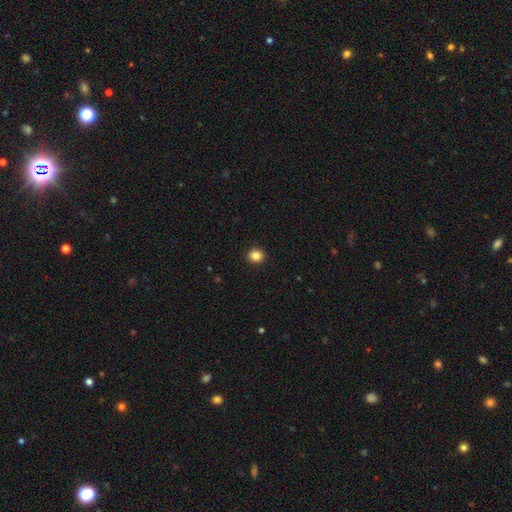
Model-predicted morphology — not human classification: Smooth or featured?
  - smooth: 85% *
  - star or artifact: 11%
  - featured or disk: 4%
How rounded?
  - round: 91% *
  - in between: 8%
  - cigar-shaped: 1%
Merging?
  - none: 93% *
  - minor disturbance: 5%
  - major disturbance: 2%
  - merger: 1%